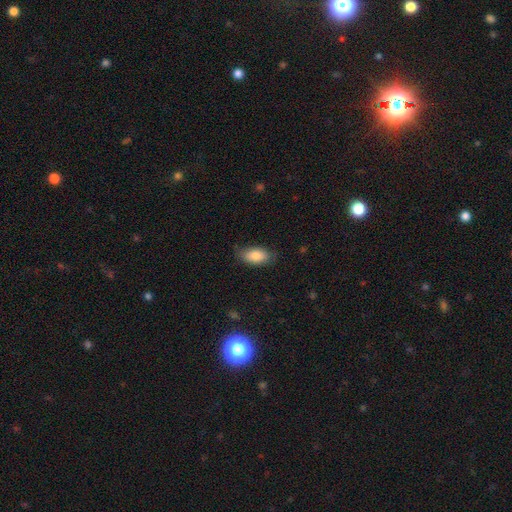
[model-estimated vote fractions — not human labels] A smooth galaxy with no disk features (83%) that is in between round and cigar-shaped (92%).

Vote fractions:
- Smooth or featured? smooth: 83% / featured or disk: 10% / star or artifact: 7%
- How rounded? in between: 92% / round: 4% / cigar-shaped: 4%
- Merging? none: 81% / minor disturbance: 15% / major disturbance: 3% / merger: 1%